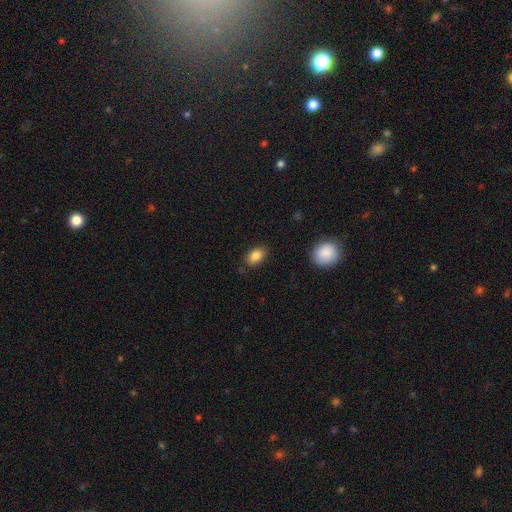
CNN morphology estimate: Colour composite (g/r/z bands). It shows a smooth galaxy with no disk features (85%) that is in between round and cigar-shaped (85%). Merging: none (84%).